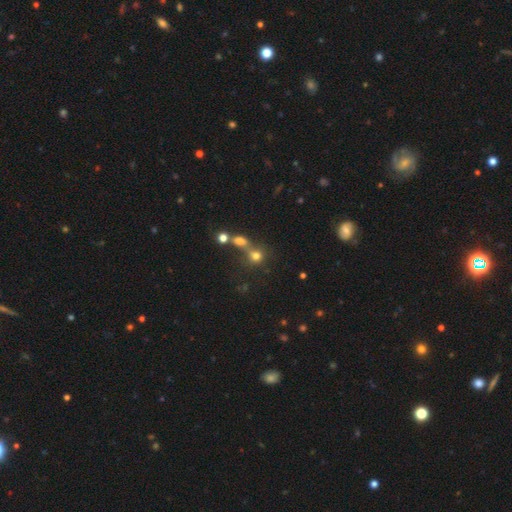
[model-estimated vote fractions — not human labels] Smooth or featured? smooth (70%)
How rounded? round (83%)
Merging? none (45%)